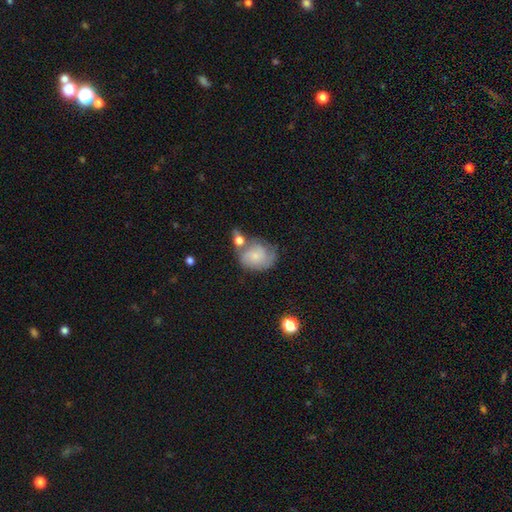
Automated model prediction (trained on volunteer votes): Smooth or featured? smooth (48%)
Merging? none (40%)